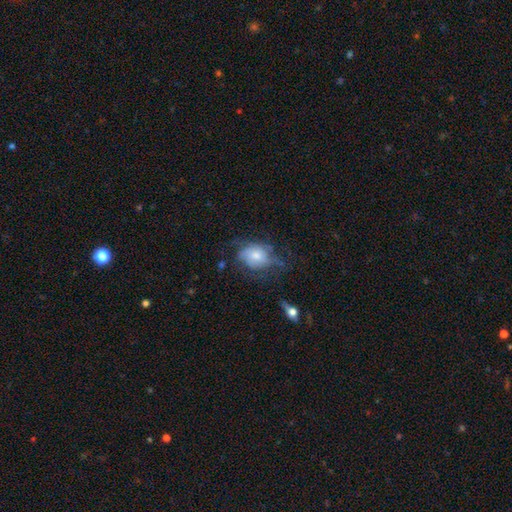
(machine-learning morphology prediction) Smooth or featured?
  - featured or disk: 49% *
  - smooth: 41%
  - star or artifact: 9%
Merging?
  - none: 42% *
  - minor disturbance: 28%
  - major disturbance: 27%
  - merger: 3%